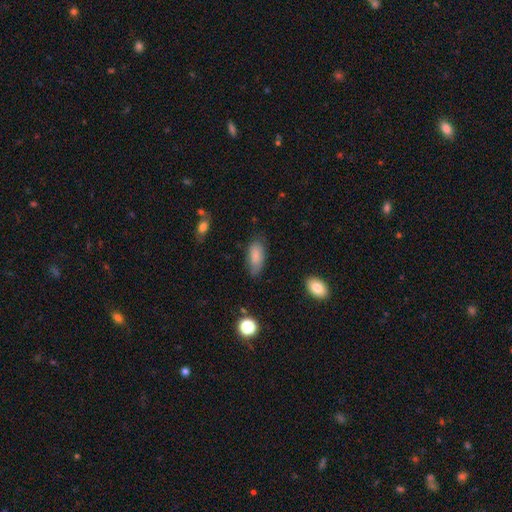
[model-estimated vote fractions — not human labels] A smooth galaxy with no disk features (84%) that is in between round and cigar-shaped (88%). Merging: none (64%).